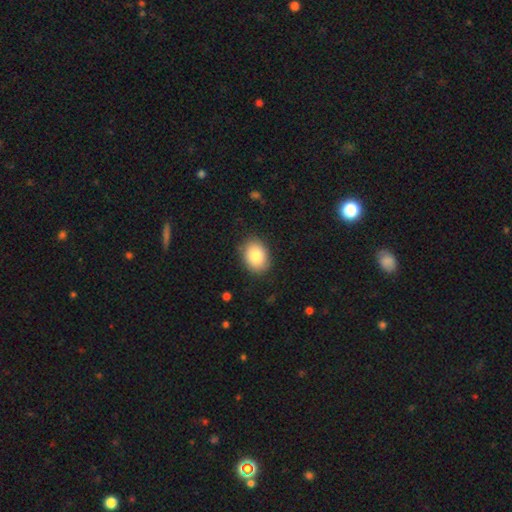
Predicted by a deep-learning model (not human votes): smooth 84%, featured or disk 9%, star or artifact 8%. Down the decision tree: how rounded — in between (65%); merging — none (86%).